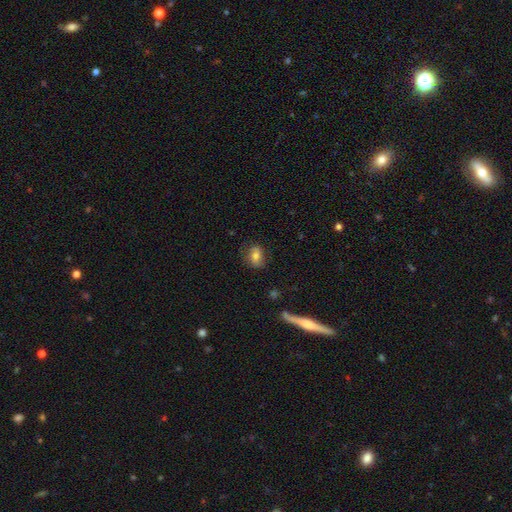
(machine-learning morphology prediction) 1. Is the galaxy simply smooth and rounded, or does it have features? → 68% smooth, 23% featured or disk, 10% star or artifact.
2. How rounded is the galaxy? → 67% in between, 30% round, 3% cigar-shaped.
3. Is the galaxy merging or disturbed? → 75% none, 17% minor disturbance, 6% major disturbance, 2% merger.